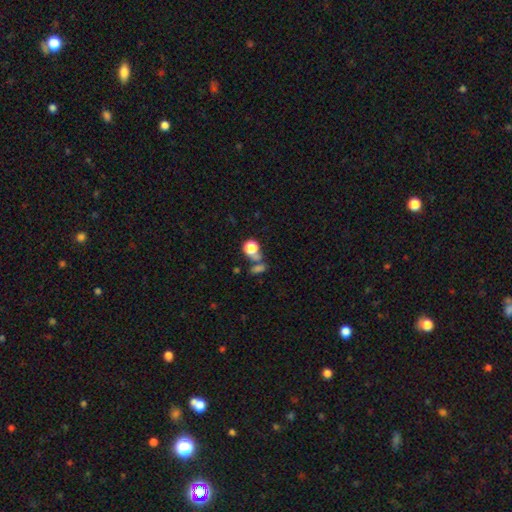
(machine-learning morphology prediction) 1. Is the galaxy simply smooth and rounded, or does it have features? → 47% smooth, 39% star or artifact, 14% featured or disk.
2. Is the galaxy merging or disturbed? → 57% none, 25% merger, 10% minor disturbance, 8% major disturbance.